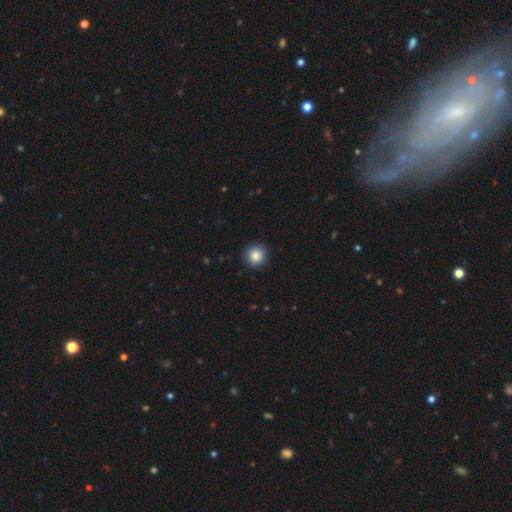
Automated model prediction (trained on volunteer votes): smooth-or-featured: smooth: 86% | star or artifact: 9% | featured or disk: 5%
  how-rounded: round: 93% | in between: 6% | cigar-shaped: 1%
  merging: none: 90% | minor disturbance: 7% | major disturbance: 2% | merger: 1%